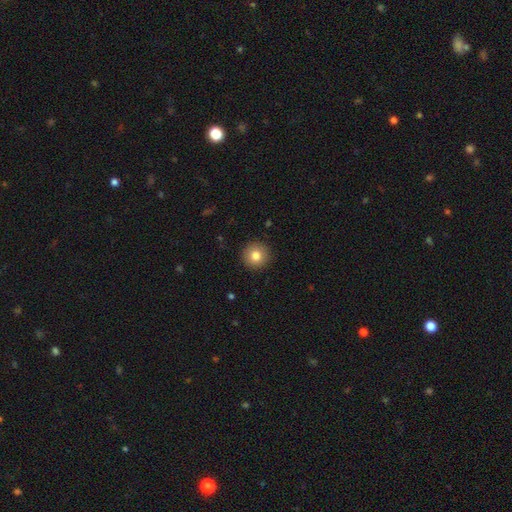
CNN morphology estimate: This is clearly a smooth galaxy (81%). How rounded: clearly round (96%). Merging: clearly none (92%).